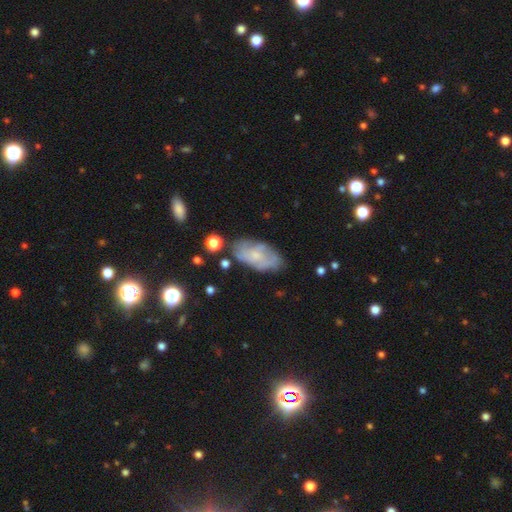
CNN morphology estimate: Smooth or featured? Predicted: featured or disk (p=0.48). Merging? Predicted: none (p=0.65).